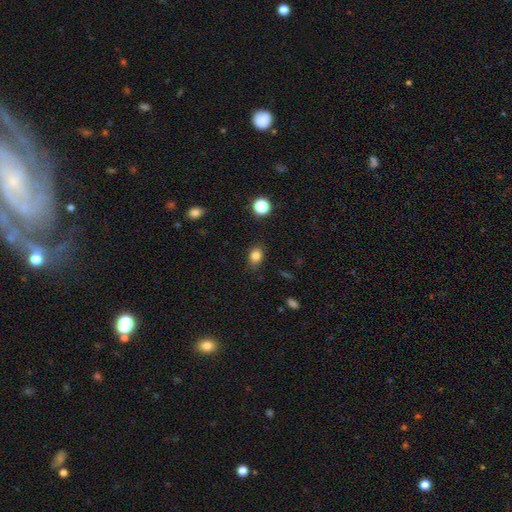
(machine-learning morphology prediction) smooth 83%, star or artifact 12%, featured or disk 5%. Down the decision tree: how rounded — in between (57%); merging — none (84%).